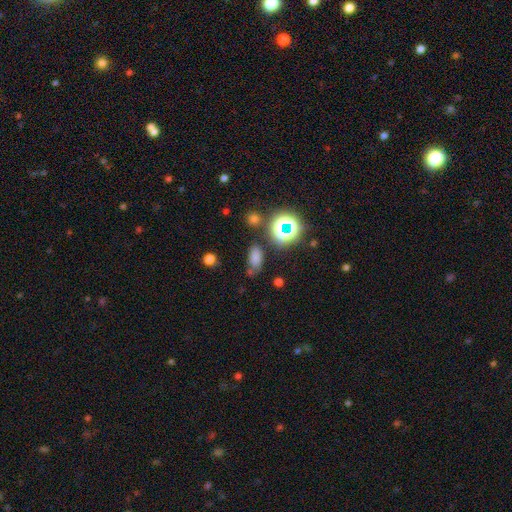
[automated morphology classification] Q: Smooth or featured?
A: smooth (68%); runner-up: star or artifact (24%)
Q: How rounded?
A: in between (82%); runner-up: round (13%)
Q: Merging?
A: none (69%); runner-up: minor disturbance (17%)